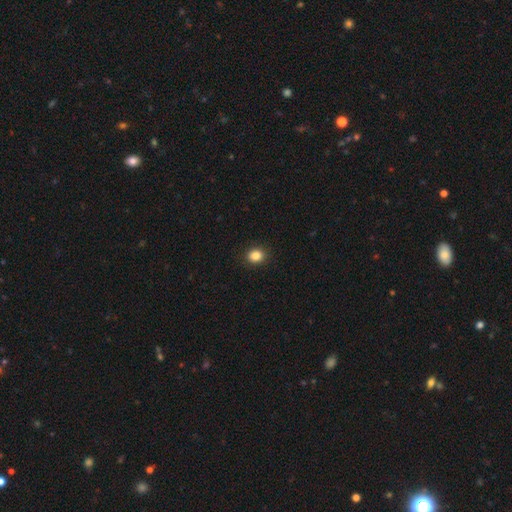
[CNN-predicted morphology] type=smooth (86%); roundness=round (67%); merging=none (91%).